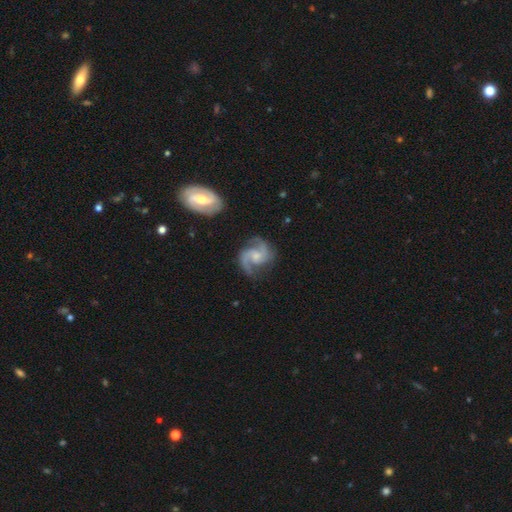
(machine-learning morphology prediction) Smooth or featured?
  - featured or disk: 92% *
  - star or artifact: 4%
  - smooth: 4%
Edge-on disk?
  - no: 98% *
  - yes: 2%
Bar?
  - no: 55% *
  - weak: 38%
  - strong: 7%
Spiral arms?
  - yes: 98% *
  - no: 2%
Spiral winding?
  - medium: 62% *
  - loose: 22%
  - tight: 17%
Spiral arm count?
  - 2: 88% *
  - 3: 6%
  - can't tell: 2%
  - 1: 2%
  - 4: 1%
  - more than 4: 1%
Bulge size?
  - small: 48% *
  - moderate: 33%
  - none: 15%
  - large: 3%
  - dominant: 1%
Merging?
  - none: 74% *
  - minor disturbance: 17%
  - major disturbance: 7%
  - merger: 2%